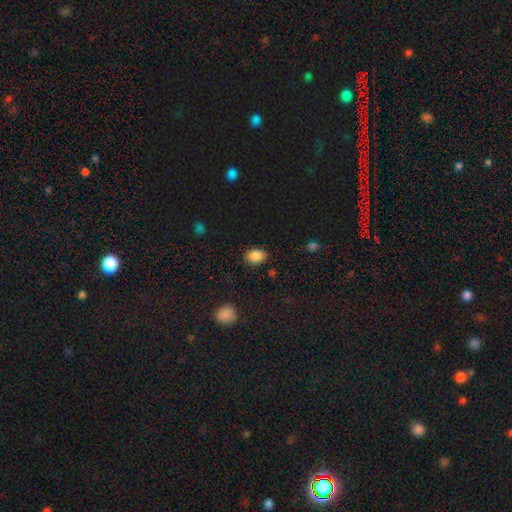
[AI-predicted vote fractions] A smooth galaxy with no disk features (84%) that is in between round and cigar-shaped (68%).

Vote fractions:
- Smooth or featured? smooth: 84% / star or artifact: 11% / featured or disk: 5%
- How rounded? in between: 68% / round: 31% / cigar-shaped: 1%
- Merging? none: 83% / minor disturbance: 12% / major disturbance: 3% / merger: 2%